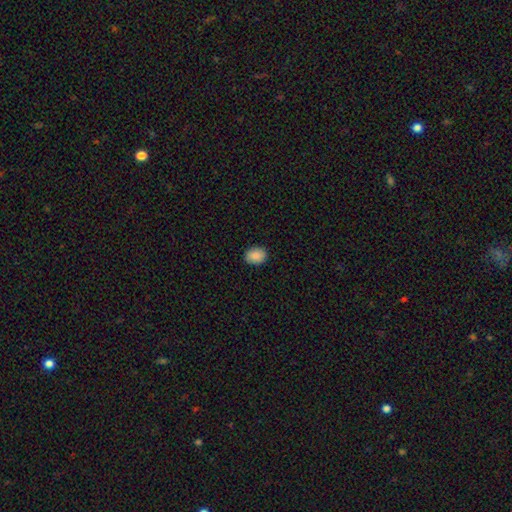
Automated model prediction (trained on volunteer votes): The model was most divided on "how rounded": in between: 61%, round: 38%, cigar-shaped: 1%. More confident: smooth or featured — smooth (89%); merging — none (89%).